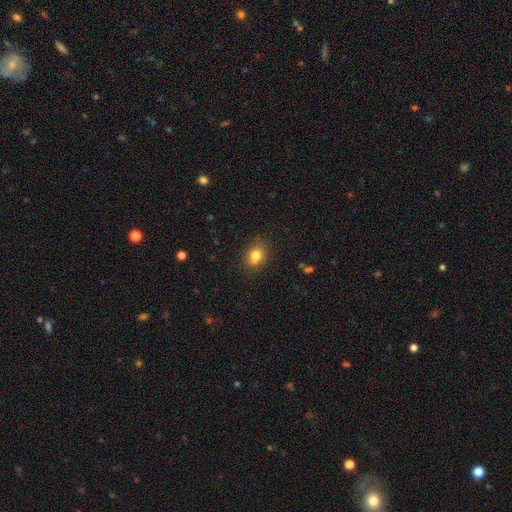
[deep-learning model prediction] Overall: smooth (77%). How rounded: in between (52%; round 47%). Merging: none (66%).